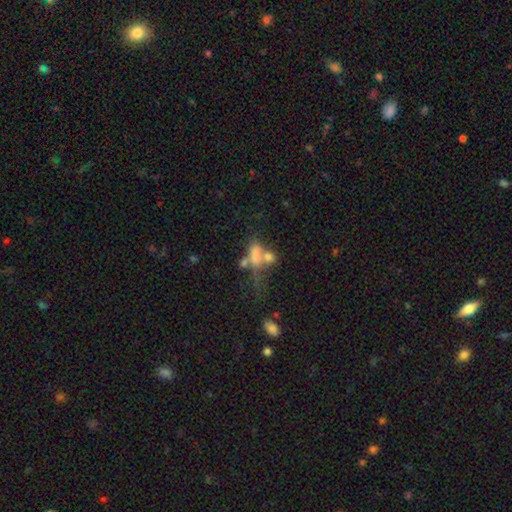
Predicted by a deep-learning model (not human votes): Smooth or featured? smooth (54%)
How rounded? in between (73%)
Merging? merger (53%)